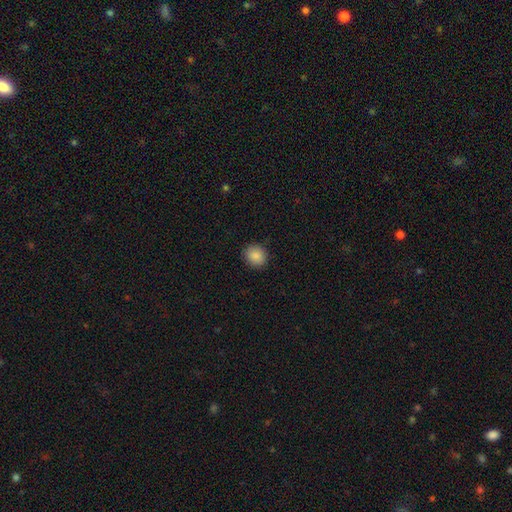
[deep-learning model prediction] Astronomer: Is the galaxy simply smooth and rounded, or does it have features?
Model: smooth — 88%.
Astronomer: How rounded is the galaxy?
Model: round — 76%.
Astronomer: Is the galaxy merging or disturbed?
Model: none — 89%.